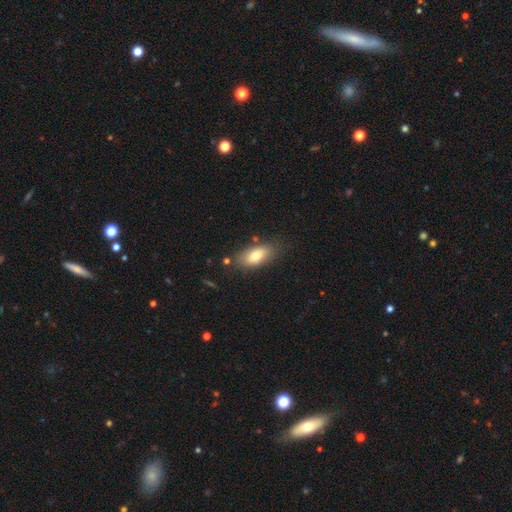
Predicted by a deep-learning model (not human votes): smooth-or-featured: smooth: 77% | featured or disk: 16% | star or artifact: 8%
  how-rounded: in between: 87% | cigar-shaped: 9% | round: 4%
  merging: none: 77% | minor disturbance: 15% | merger: 4% | major disturbance: 4%